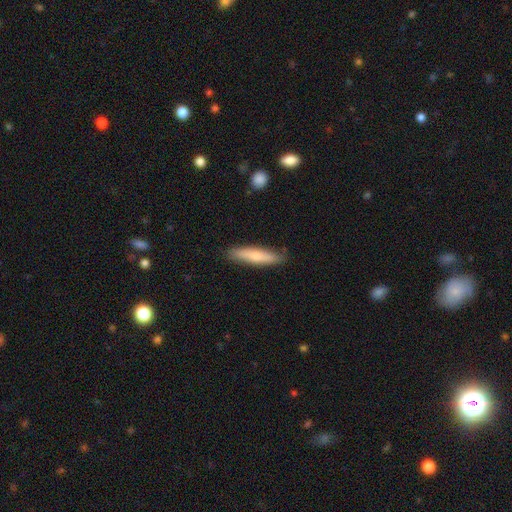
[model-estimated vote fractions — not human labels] This appears to be a smooth galaxy with no disk features (68%) that is cigar-shaped (83%). Merging: none (86%).